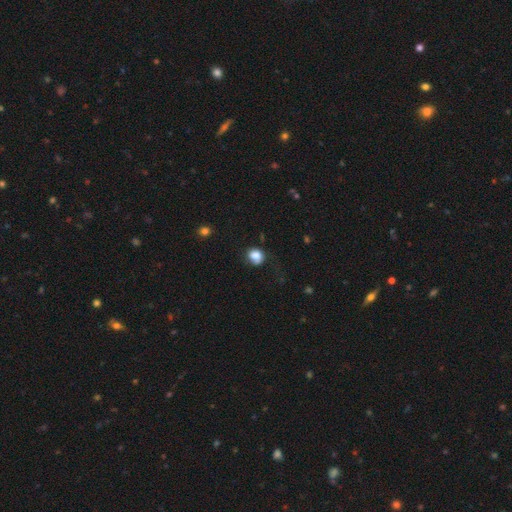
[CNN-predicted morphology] smooth-or-featured: smooth: 80% | featured or disk: 10% | star or artifact: 10%
  how-rounded: round: 62% | in between: 37% | cigar-shaped: 1%
  merging: none: 51% | minor disturbance: 29% | major disturbance: 16% | merger: 5%